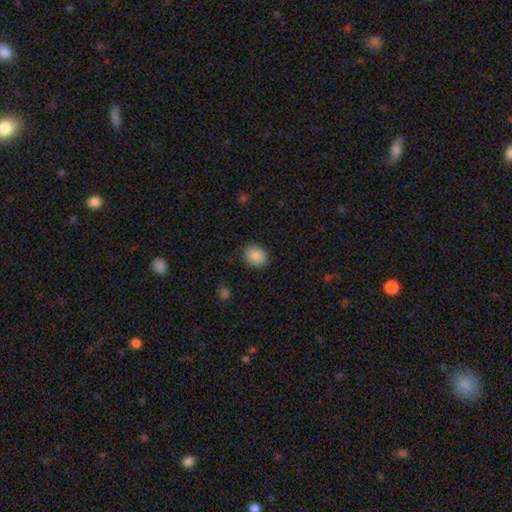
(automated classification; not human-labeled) Smooth or featured? Predicted: smooth (p=0.88). How rounded? Predicted: round (p=0.53). Merging? Predicted: none (p=0.87).